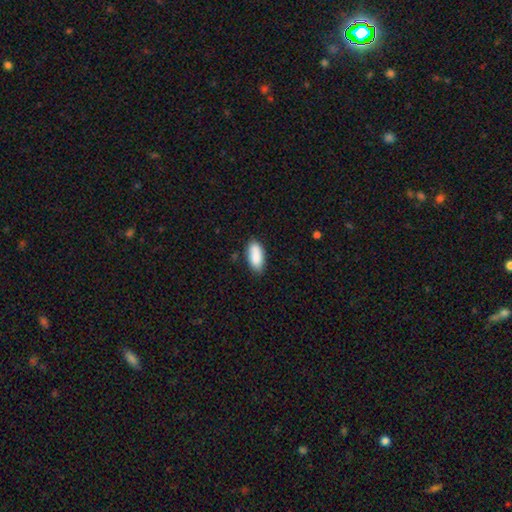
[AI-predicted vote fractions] This appears to be a smooth galaxy with no disk features (86%) that is in between round and cigar-shaped (88%). Merging: none (76%).